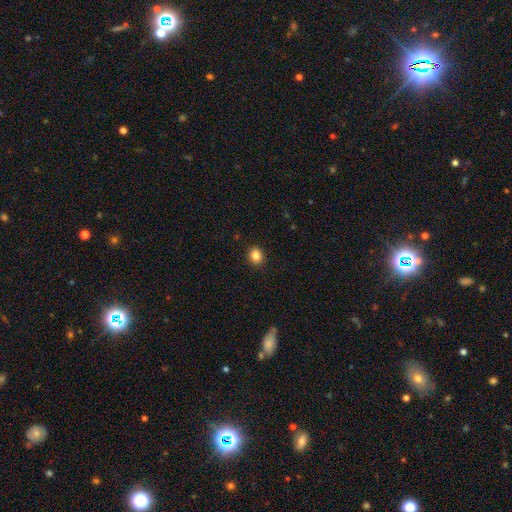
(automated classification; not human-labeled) smooth_or_featured: smooth (p=0.85) [alt: star or artifact p=0.11]
how_rounded: round (p=0.68) [alt: in between p=0.31]
merging: none (p=0.91) [alt: minor disturbance p=0.06]